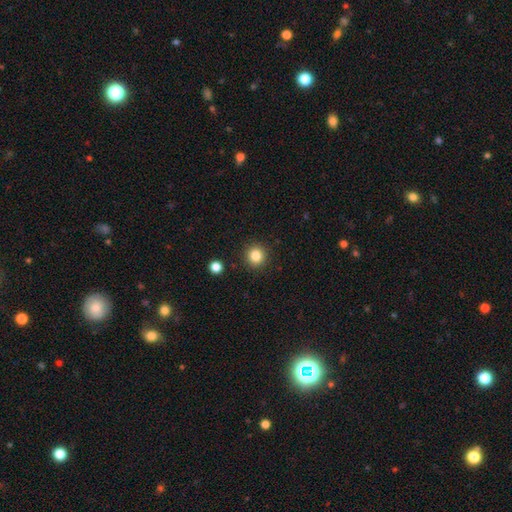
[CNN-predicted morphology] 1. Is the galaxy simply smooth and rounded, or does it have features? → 84% smooth, 11% star or artifact, 5% featured or disk.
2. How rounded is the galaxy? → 93% round, 6% in between, 1% cigar-shaped.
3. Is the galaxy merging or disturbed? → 91% none, 5% minor disturbance, 2% major disturbance, 2% merger.